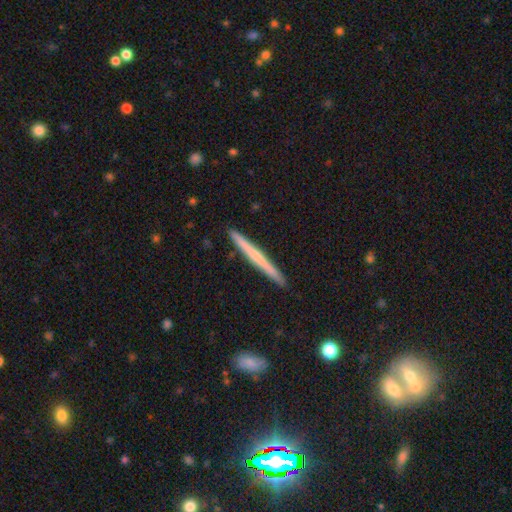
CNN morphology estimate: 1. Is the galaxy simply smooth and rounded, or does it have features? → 52% featured or disk, 42% smooth, 6% star or artifact.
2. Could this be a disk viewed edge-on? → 98% yes, 2% no.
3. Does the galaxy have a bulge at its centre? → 63% none, 32% rounded, 5% boxy.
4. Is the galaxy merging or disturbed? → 92% none, 6% minor disturbance, 1% major disturbance, 1% merger.